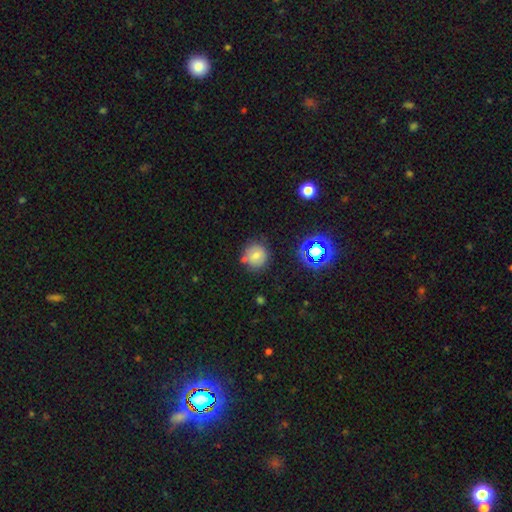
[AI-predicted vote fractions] smooth_or_featured: smooth (p=0.69) [alt: star or artifact p=0.16]
how_rounded: round (p=0.89) [alt: in between p=0.10]
merging: none (p=0.73) [alt: minor disturbance p=0.14]